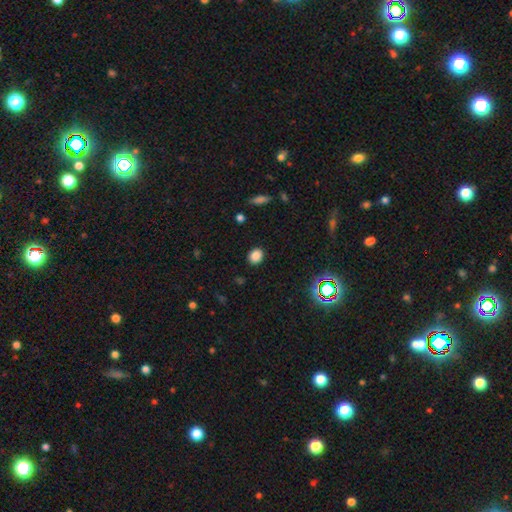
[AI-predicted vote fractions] smooth 85%, star or artifact 11%, featured or disk 4%. Down the decision tree: how rounded — round (56%); merging — none (89%).